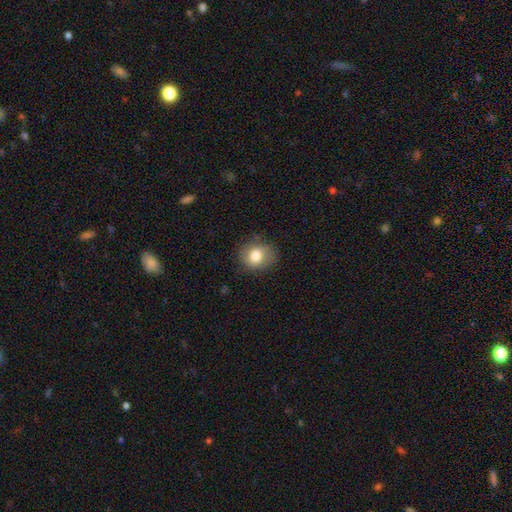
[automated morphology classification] This is clearly a smooth galaxy (81%). How rounded: likely round (65%). Merging: likely none (77%).